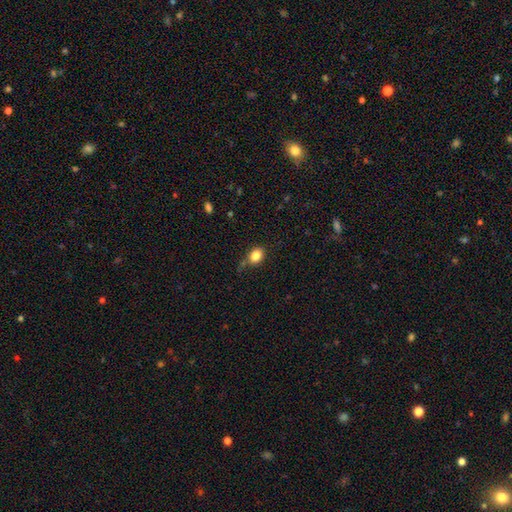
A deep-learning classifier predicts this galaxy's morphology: This is clearly a smooth galaxy (84%). How rounded: likely in between (64%). Merging: likely none (68%).